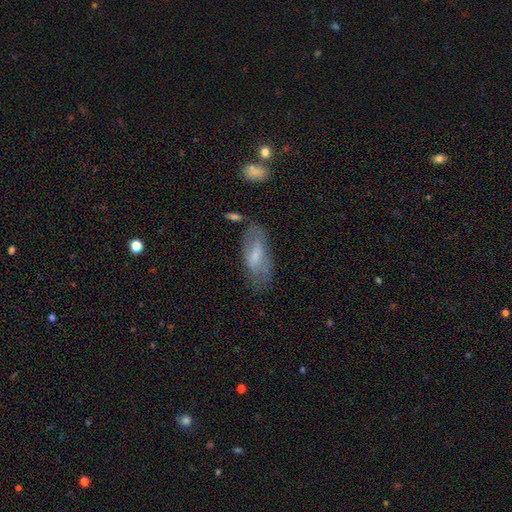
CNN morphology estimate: Smooth or featured: smooth — 48% (featured or disk — 44%)
Merging: none — 63% (minor disturbance — 22%)